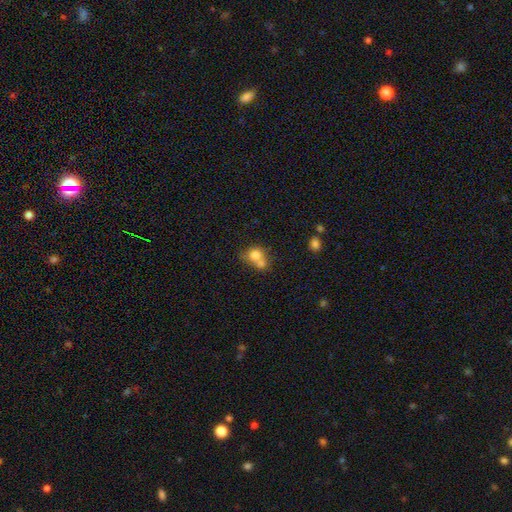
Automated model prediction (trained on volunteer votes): A smooth galaxy with no disk features (75%) that is round (73%).

Vote fractions:
- Smooth or featured? smooth: 75% / featured or disk: 16% / star or artifact: 10%
- How rounded? round: 73% / in between: 27% / cigar-shaped: 1%
- Merging? merger: 61% / none: 28% / minor disturbance: 7% / major disturbance: 4%